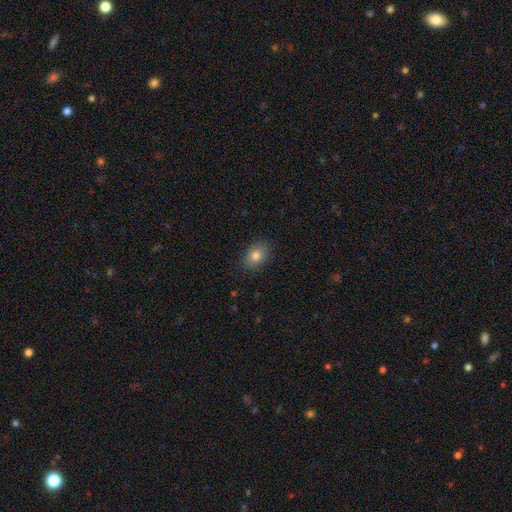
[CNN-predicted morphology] This appears to be a smooth galaxy with no disk features (81%) that is in between round and cigar-shaped (67%). Merging: none (86%).